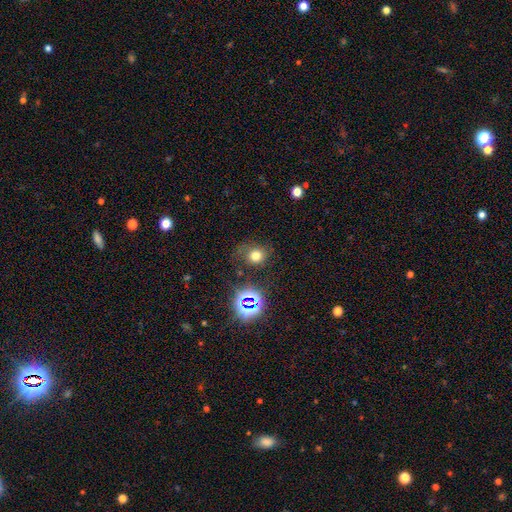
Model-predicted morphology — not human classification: Smooth or featured? Predicted: smooth (p=0.69). How rounded? Predicted: round (p=0.72). Merging? Predicted: none (p=0.67).